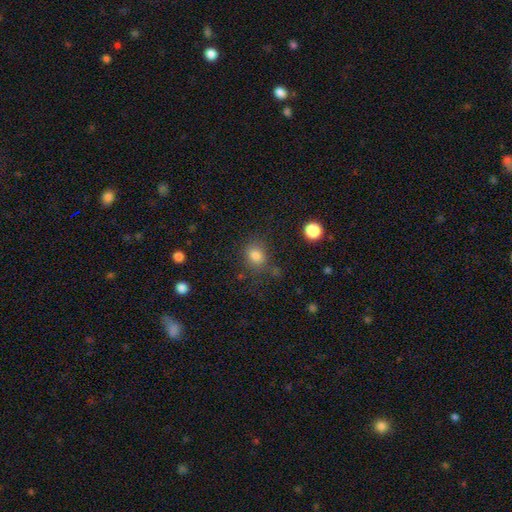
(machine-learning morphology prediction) type=smooth (81%); roundness=round (60%); merging=none (73%).